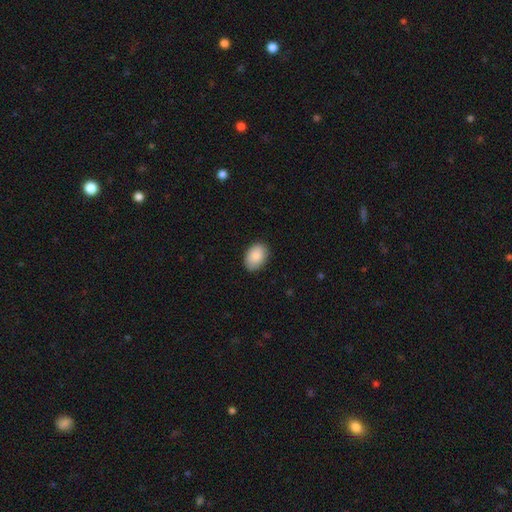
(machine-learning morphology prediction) The model was most divided on "how rounded": in between: 84%, round: 15%, cigar-shaped: 1%. More confident: smooth or featured — smooth (89%); merging — none (85%).